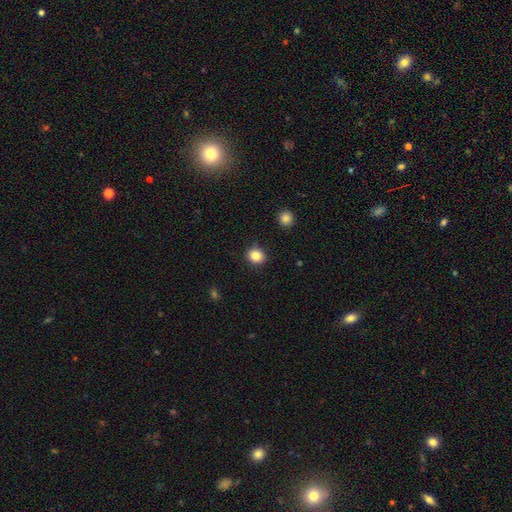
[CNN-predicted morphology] Smooth or featured? smooth (84%)
How rounded? round (73%)
Merging? none (89%)